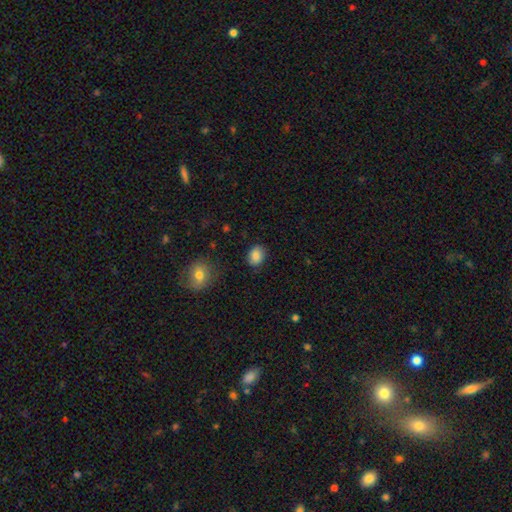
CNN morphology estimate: Overall: smooth (85%). How rounded: in between (57%; round 42%). Merging: none (85%).